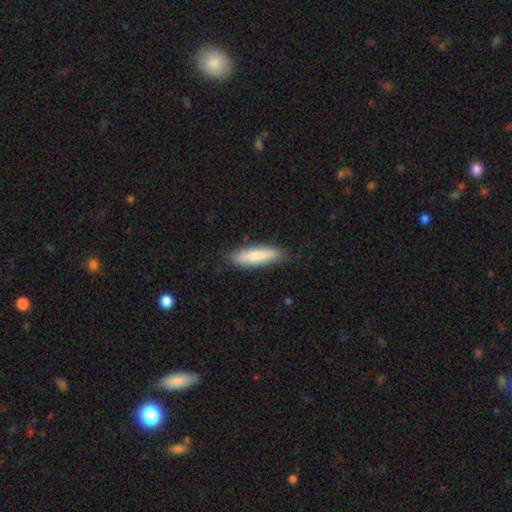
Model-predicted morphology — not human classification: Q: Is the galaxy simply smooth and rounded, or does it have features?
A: smooth — 77%.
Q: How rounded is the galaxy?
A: cigar-shaped — 72%.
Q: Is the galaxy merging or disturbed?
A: none — 83%.